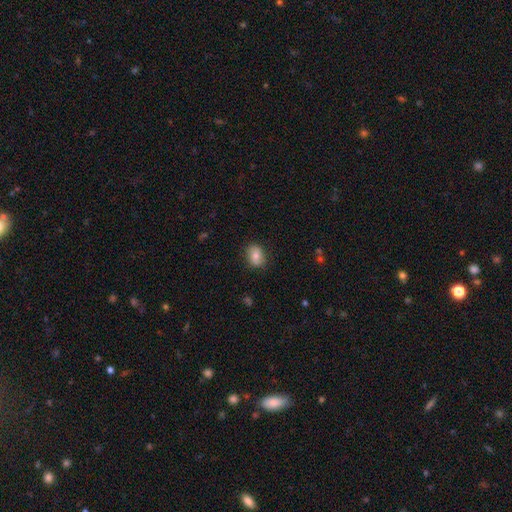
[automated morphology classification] Overall: smooth (75%). How rounded: in between (70%). Merging: none (83%).